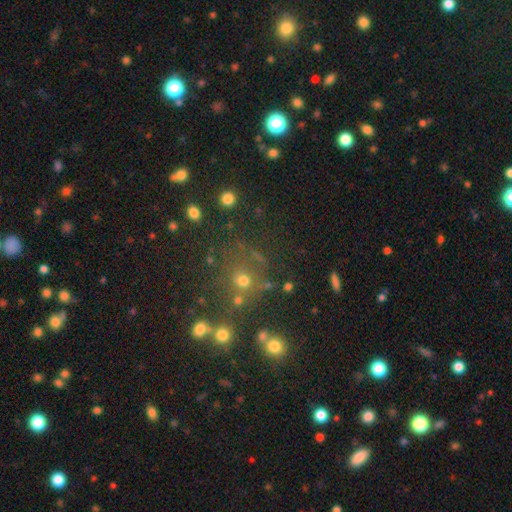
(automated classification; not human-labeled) This is possibly a smooth galaxy (49%). Merging: likely none (72%).